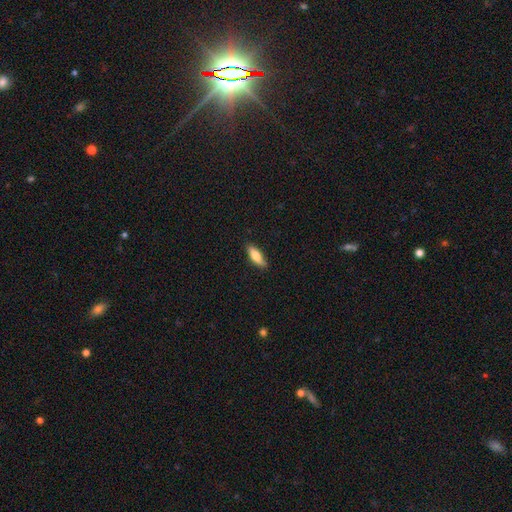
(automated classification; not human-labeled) The model was most divided on "how rounded": in between: 60%, cigar-shaped: 38%, round: 2%. More confident: merging — none (84%); smooth or featured — smooth (75%).